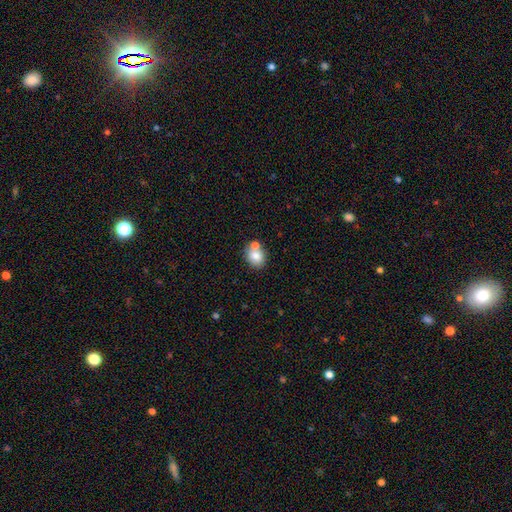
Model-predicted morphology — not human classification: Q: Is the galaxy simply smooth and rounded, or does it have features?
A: smooth — 78%.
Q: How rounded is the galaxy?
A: round — 56%.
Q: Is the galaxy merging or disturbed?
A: none — 56%.